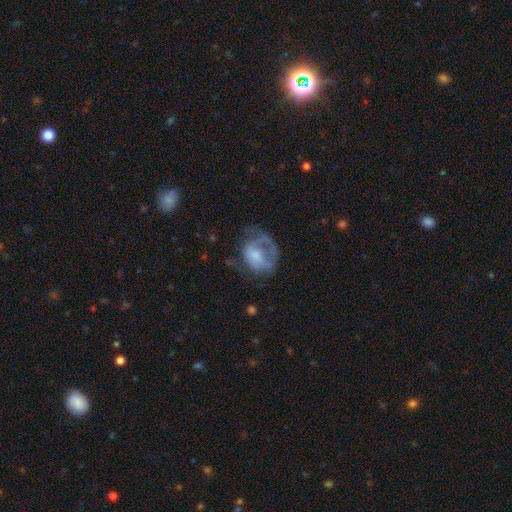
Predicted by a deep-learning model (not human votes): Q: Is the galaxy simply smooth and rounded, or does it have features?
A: smooth — 46%.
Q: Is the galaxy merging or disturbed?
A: major disturbance — 40%.